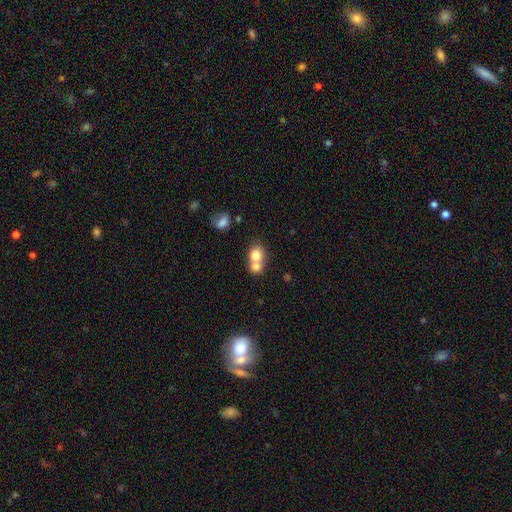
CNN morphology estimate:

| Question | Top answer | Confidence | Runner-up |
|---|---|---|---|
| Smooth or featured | smooth | 76% | featured or disk (15%) |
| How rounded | round | 65% | in between (34%) |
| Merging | merger | 65% | none (26%) |